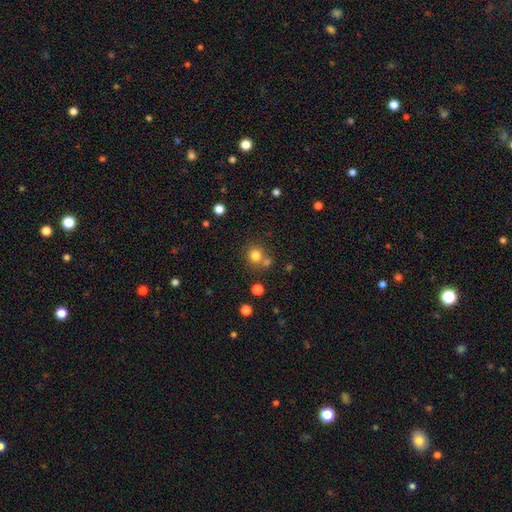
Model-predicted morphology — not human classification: smooth_or_featured: smooth (p=0.79) [alt: star or artifact p=0.14]
how_rounded: round (p=0.87) [alt: in between p=0.12]
merging: none (p=0.63) [alt: merger p=0.25]